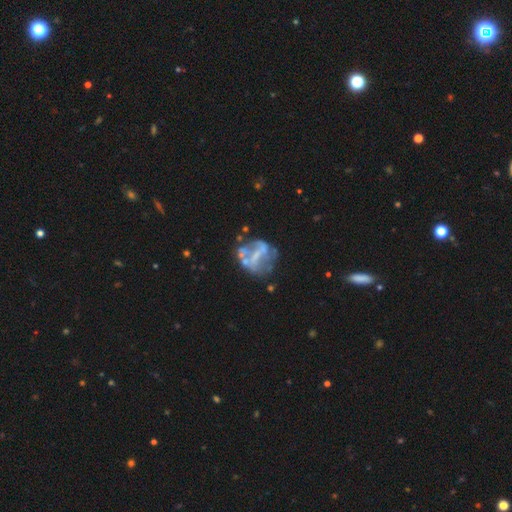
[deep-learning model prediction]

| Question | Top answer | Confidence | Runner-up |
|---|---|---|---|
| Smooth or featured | featured or disk | 70% | smooth (19%) |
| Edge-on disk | no | 97% | yes (3%) |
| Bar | no | 40% | weak (32%) |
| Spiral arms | no | 71% | yes (29%) |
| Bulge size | none | 51% | small (27%) |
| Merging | none | 46% | major disturbance (23%) |